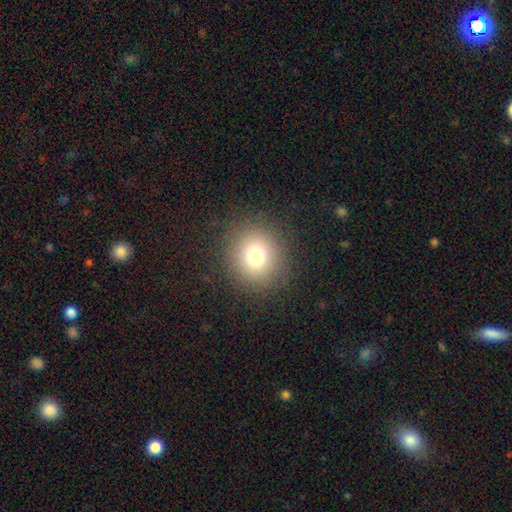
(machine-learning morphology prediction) Smooth or featured: smooth — 74% (star or artifact — 17%)
How rounded: round — 90% (in between — 9%)
Merging: none — 89% (minor disturbance — 6%)